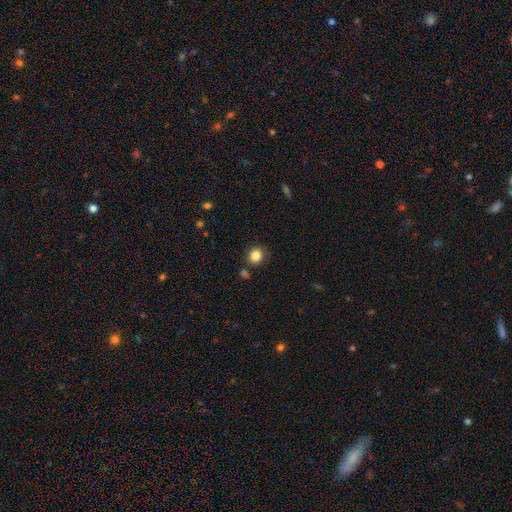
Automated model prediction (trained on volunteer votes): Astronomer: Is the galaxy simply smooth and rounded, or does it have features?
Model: smooth — 85%.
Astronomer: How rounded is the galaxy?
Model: round — 82%.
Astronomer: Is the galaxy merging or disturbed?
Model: none — 82%.